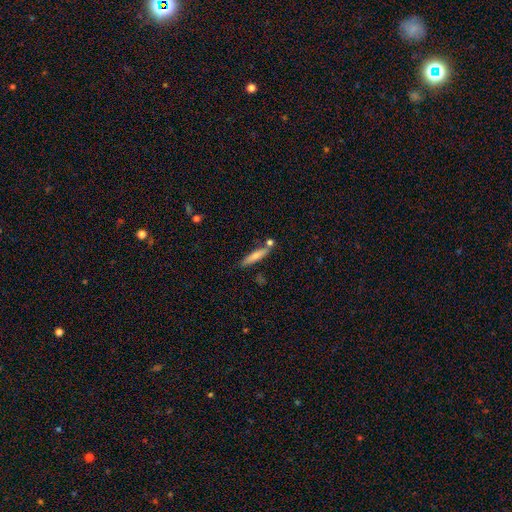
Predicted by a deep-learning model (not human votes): A smooth galaxy with no disk features (69%) that is cigar-shaped (88%). Merging: none (73%).